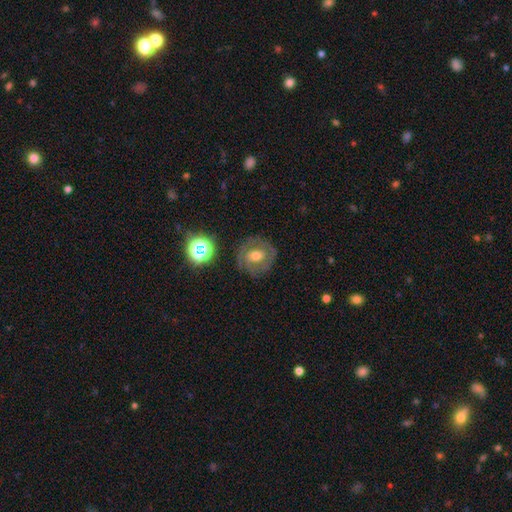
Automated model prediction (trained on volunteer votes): Smooth or featured: featured or disk — 62% (smooth — 26%)
Edge-on disk: no — 96% (yes — 4%)
Bar: no — 56% (weak — 33%)
Spiral arms: yes — 72% (no — 28%)
Bulge size: moderate — 66% (small — 17%)
Merging: none — 79% (minor disturbance — 13%)